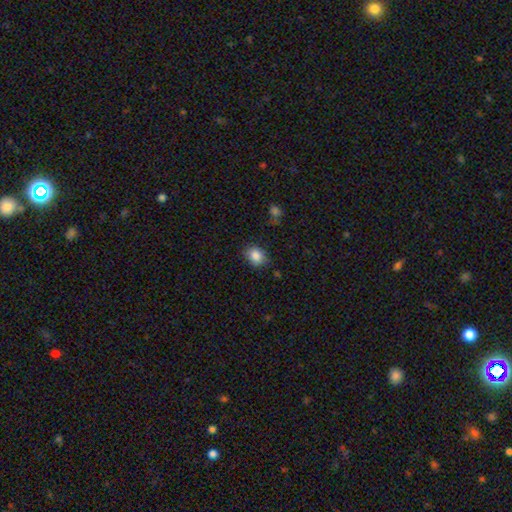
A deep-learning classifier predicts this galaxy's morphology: This appears to be a smooth galaxy with no disk features (86%) that is in between round and cigar-shaped (55%). Merging: none (78%).